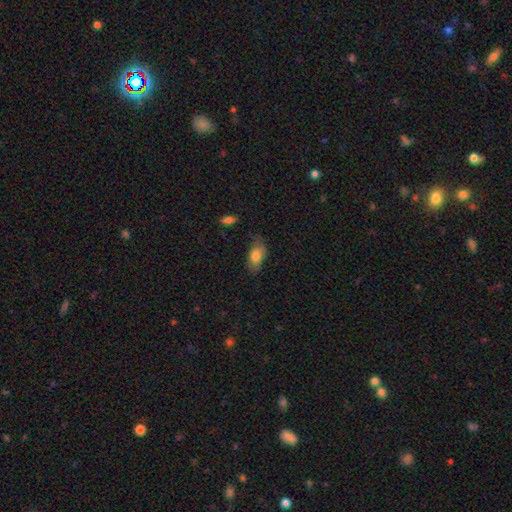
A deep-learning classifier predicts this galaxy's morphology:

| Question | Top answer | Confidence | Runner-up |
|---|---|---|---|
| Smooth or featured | smooth | 78% | featured or disk (15%) |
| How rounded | in between | 88% | cigar-shaped (8%) |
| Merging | none | 67% | minor disturbance (25%) |